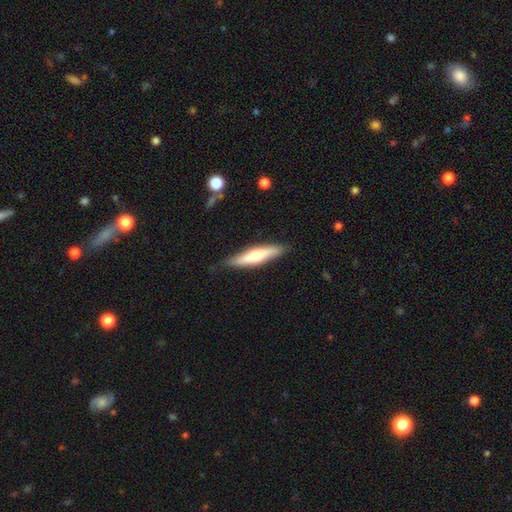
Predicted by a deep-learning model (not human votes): smooth-or-featured: smooth: 56% | featured or disk: 38% | star or artifact: 5%
  how-rounded: cigar-shaped: 81% | in between: 18% | round: 2%
  merging: none: 83% | minor disturbance: 13% | major disturbance: 2% | merger: 1%